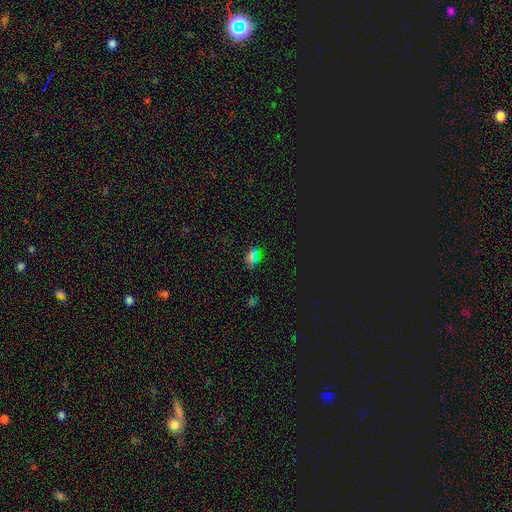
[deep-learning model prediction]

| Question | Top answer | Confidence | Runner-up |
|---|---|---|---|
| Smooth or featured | smooth | 48% | star or artifact (44%) |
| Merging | none | 82% | minor disturbance (11%) |